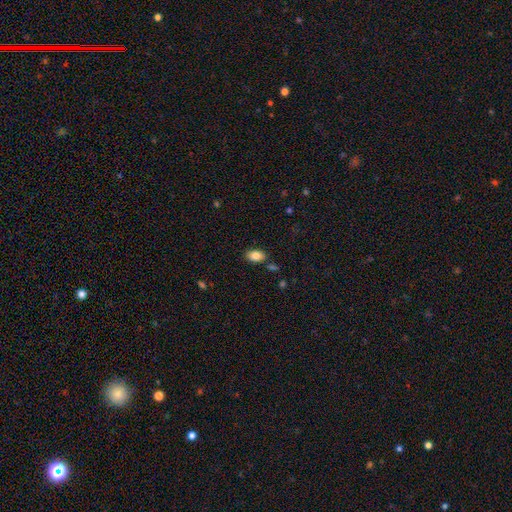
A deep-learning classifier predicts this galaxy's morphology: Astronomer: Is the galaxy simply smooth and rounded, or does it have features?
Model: smooth — 85%.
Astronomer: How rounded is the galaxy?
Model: in between — 89%.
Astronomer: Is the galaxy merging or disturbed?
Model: none — 81%.